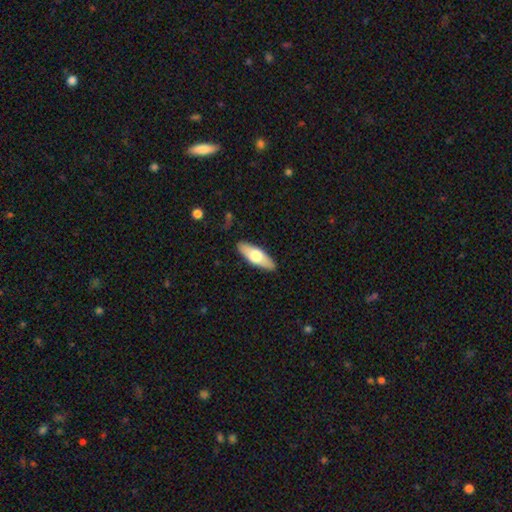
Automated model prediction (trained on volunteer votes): Smooth or featured?
  - smooth: 61% *
  - featured or disk: 34%
  - star or artifact: 5%
How rounded?
  - in between: 60% *
  - cigar-shaped: 38%
  - round: 2%
Merging?
  - none: 88% *
  - minor disturbance: 9%
  - major disturbance: 2%
  - merger: 1%